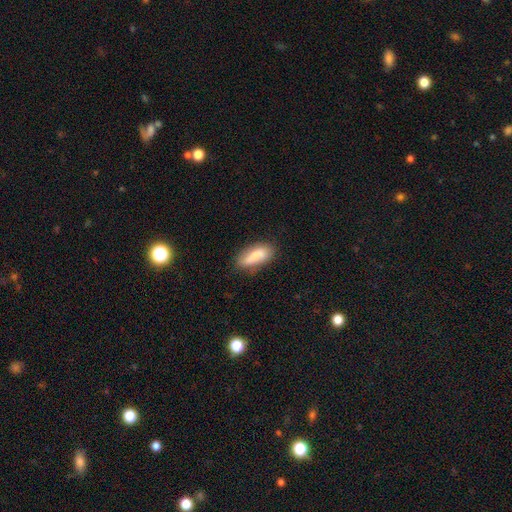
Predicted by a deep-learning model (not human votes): A smooth galaxy with no disk features (75%) that is in between round and cigar-shaped (80%).

Vote fractions:
- Smooth or featured? smooth: 75% / featured or disk: 18% / star or artifact: 7%
- How rounded? in between: 80% / cigar-shaped: 17% / round: 2%
- Merging? none: 70% / minor disturbance: 22% / major disturbance: 5% / merger: 3%